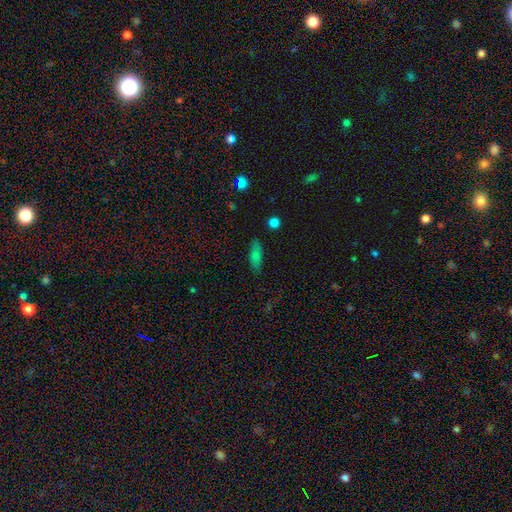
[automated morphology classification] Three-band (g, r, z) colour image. It shows a smooth galaxy with no disk features (75%) that is in between round and cigar-shaped (61%). Merging: none (84%).